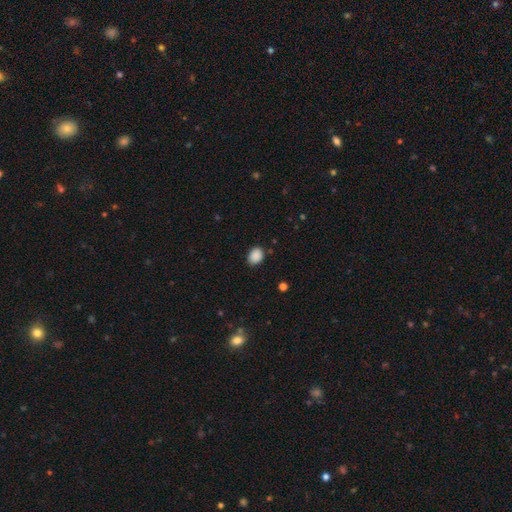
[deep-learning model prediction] Morphology: type=smooth (88%); roundness=in between (60%); merging=none (83%).